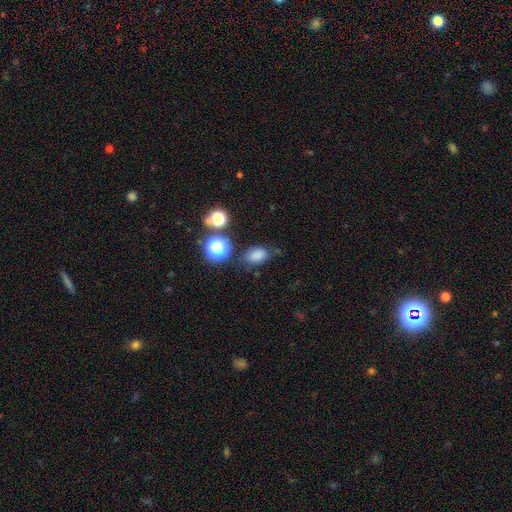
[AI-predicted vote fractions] A smooth galaxy with no disk features (76%) that is in between round and cigar-shaped (79%).

Vote fractions:
- Smooth or featured? smooth: 76% / star or artifact: 17% / featured or disk: 7%
- How rounded? in between: 79% / round: 19% / cigar-shaped: 2%
- Merging? none: 71% / minor disturbance: 18% / major disturbance: 6% / merger: 5%